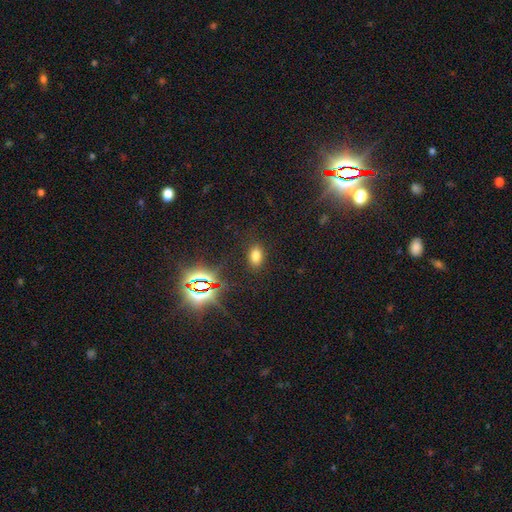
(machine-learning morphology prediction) Smooth or featured?
  - smooth: 69% *
  - star or artifact: 24%
  - featured or disk: 7%
How rounded?
  - in between: 86% *
  - round: 12%
  - cigar-shaped: 2%
Merging?
  - none: 87% *
  - minor disturbance: 8%
  - major disturbance: 3%
  - merger: 2%